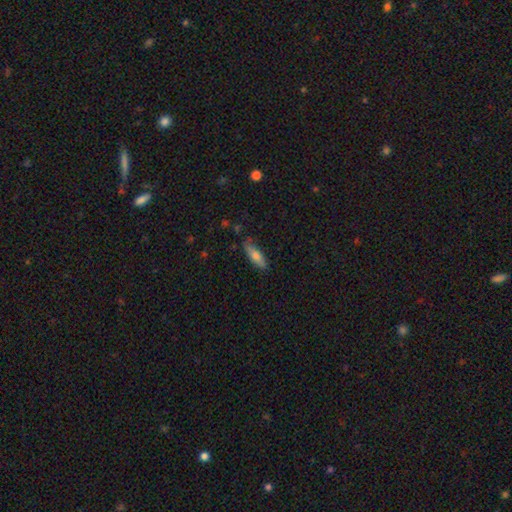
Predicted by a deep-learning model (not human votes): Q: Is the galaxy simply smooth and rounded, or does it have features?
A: smooth — 74%.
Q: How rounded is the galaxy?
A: cigar-shaped — 53%.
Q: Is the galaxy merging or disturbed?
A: none — 78%.